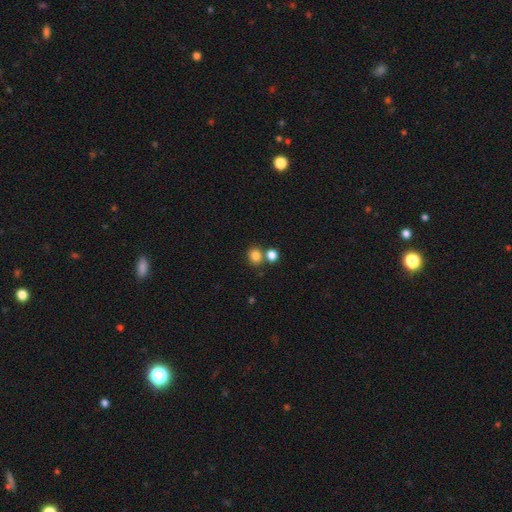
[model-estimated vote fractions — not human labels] Smooth or featured? Predicted: smooth (p=0.82). How rounded? Predicted: round (p=0.75). Merging? Predicted: none (p=0.64).